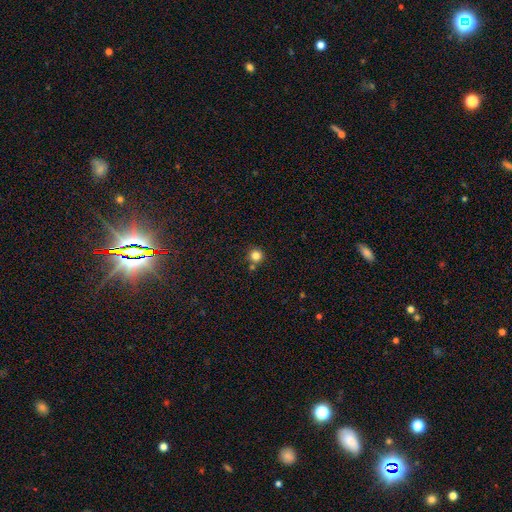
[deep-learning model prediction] Q: Smooth or featured?
A: smooth (82%); runner-up: star or artifact (13%)
Q: How rounded?
A: round (95%); runner-up: in between (4%)
Q: Merging?
A: none (78%); runner-up: merger (12%)